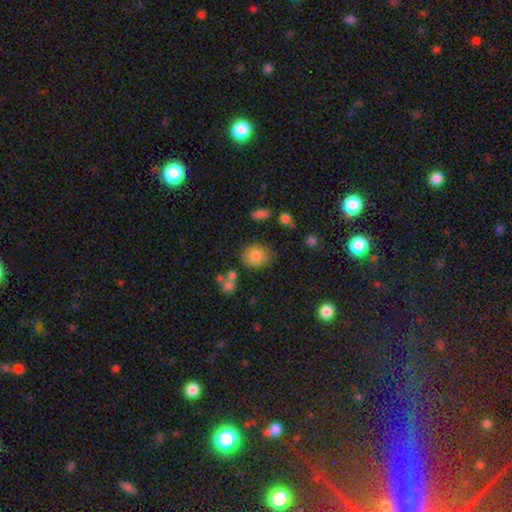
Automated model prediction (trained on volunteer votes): The model was most divided on "how rounded": round: 76%, in between: 23%, cigar-shaped: 1%. More confident: smooth or featured — smooth (81%); merging — none (74%).